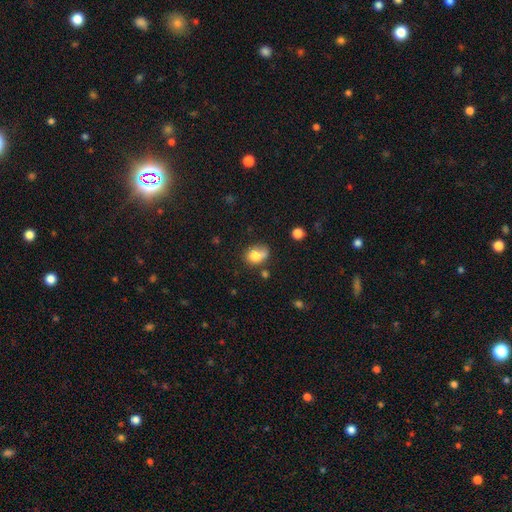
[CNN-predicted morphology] This appears to be a smooth galaxy with no disk features (77%) that is in between round and cigar-shaped (56%). Merging: none (41%).